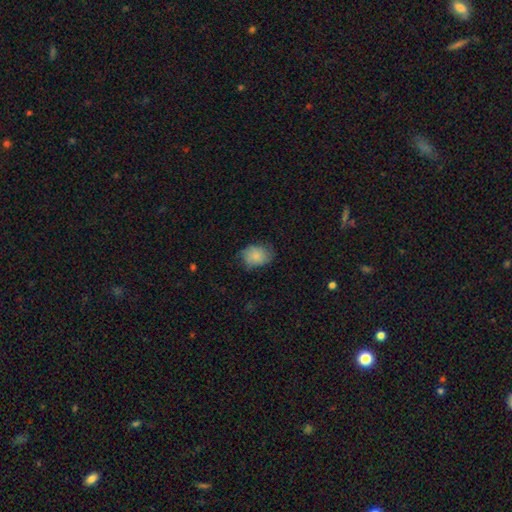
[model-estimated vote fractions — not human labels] This is clearly a smooth galaxy (83%). How rounded: possibly in between (58%). Merging: likely none (64%).